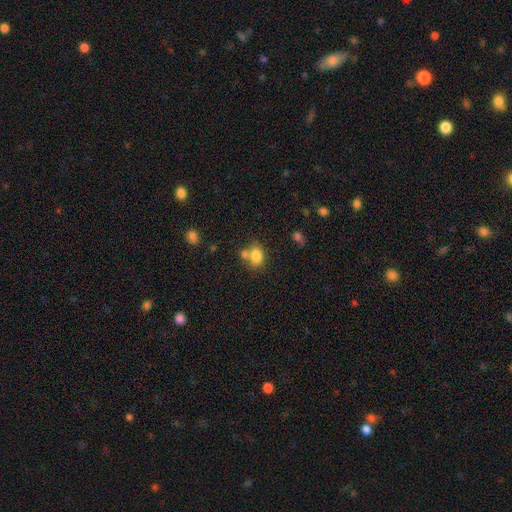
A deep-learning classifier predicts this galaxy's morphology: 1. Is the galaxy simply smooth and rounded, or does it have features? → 82% smooth, 10% star or artifact, 8% featured or disk.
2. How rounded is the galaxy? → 65% in between, 33% round, 1% cigar-shaped.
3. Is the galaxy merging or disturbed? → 54% none, 29% merger, 13% minor disturbance, 4% major disturbance.